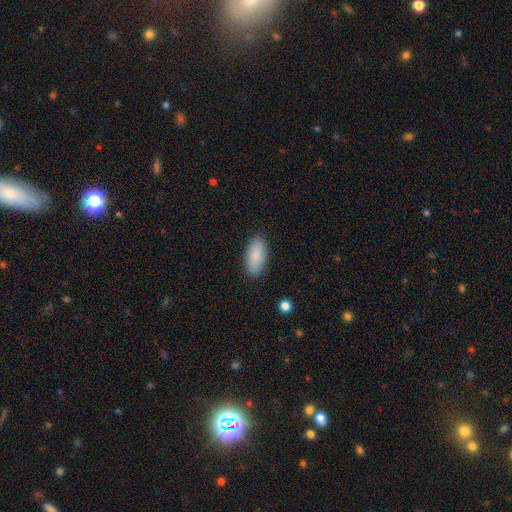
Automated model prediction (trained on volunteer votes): smooth 88%, featured or disk 6%, star or artifact 6%. Down the decision tree: how rounded — in between (91%); merging — none (88%).